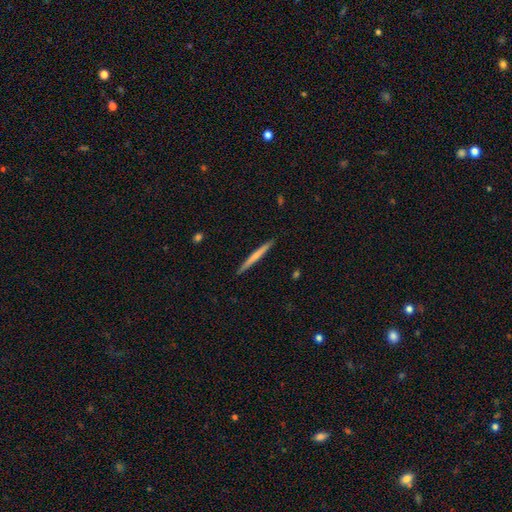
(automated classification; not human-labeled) The model was most divided on "smooth or featured": smooth: 53%, featured or disk: 42%, star or artifact: 5%. More confident: how rounded — cigar-shaped (97%); merging — none (92%).